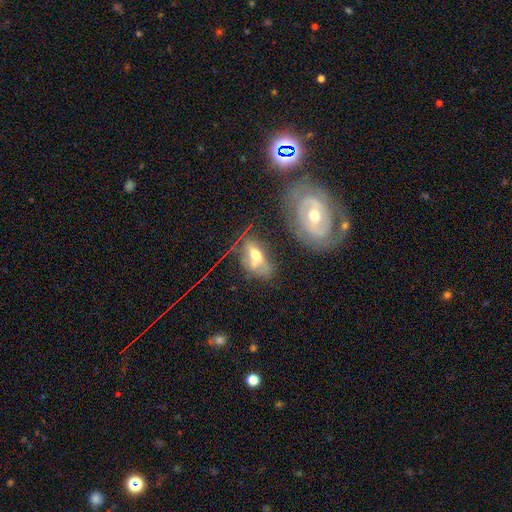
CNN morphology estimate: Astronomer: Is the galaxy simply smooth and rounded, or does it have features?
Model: smooth — 44%, tied with featured or disk at 44%.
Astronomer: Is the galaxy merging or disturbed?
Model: none — 35% (runner-up: merger, 25%).